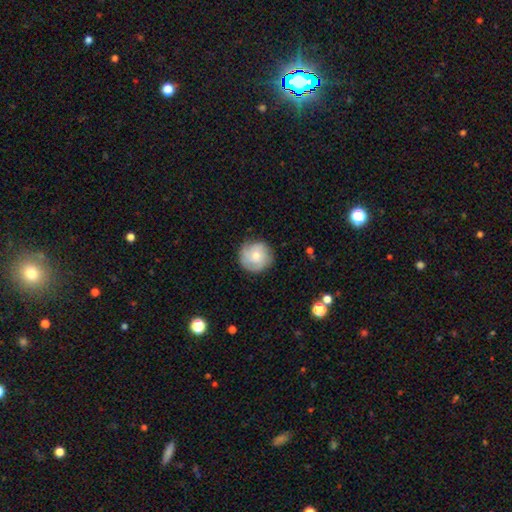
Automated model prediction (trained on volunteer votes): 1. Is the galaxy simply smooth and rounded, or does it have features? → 53% smooth, 40% featured or disk, 7% star or artifact.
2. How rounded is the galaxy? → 94% round, 6% in between, 1% cigar-shaped.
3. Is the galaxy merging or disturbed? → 79% none, 16% minor disturbance, 4% major disturbance, 1% merger.